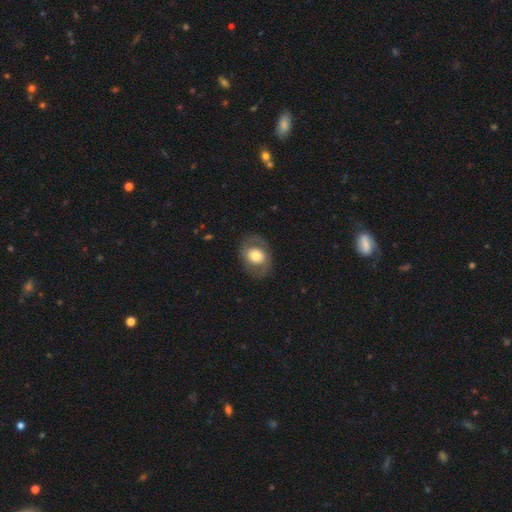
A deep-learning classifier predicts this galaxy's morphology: Q: Smooth or featured?
A: smooth (53%); runner-up: featured or disk (40%)
Q: How rounded?
A: in between (52%); runner-up: round (47%)
Q: Merging?
A: none (78%); runner-up: minor disturbance (13%)